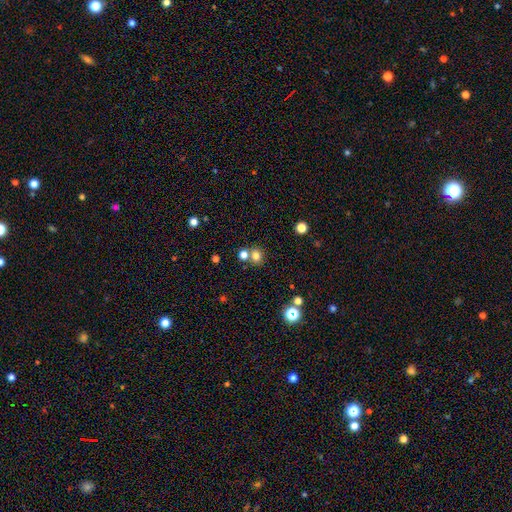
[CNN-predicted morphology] A smooth galaxy with no disk features (76%) that is round (75%).

Vote fractions:
- Smooth or featured? smooth: 76% / star or artifact: 16% / featured or disk: 8%
- How rounded? round: 75% / in between: 24% / cigar-shaped: 1%
- Merging? none: 62% / merger: 26% / minor disturbance: 8% / major disturbance: 3%